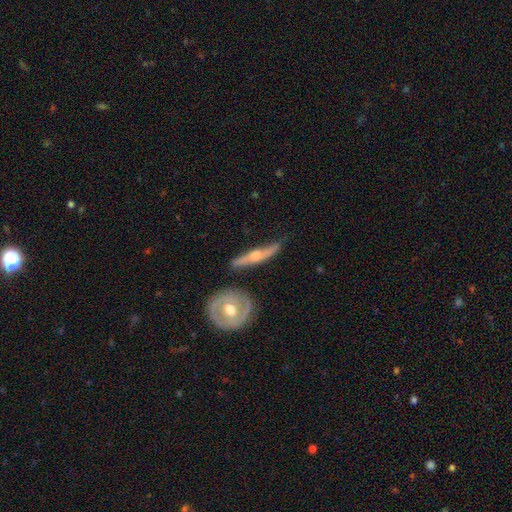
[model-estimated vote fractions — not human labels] A featured or disk galaxy (72%) viewed edge-on (82%) with a rounded central bulge (90%). Merging: none (68%).